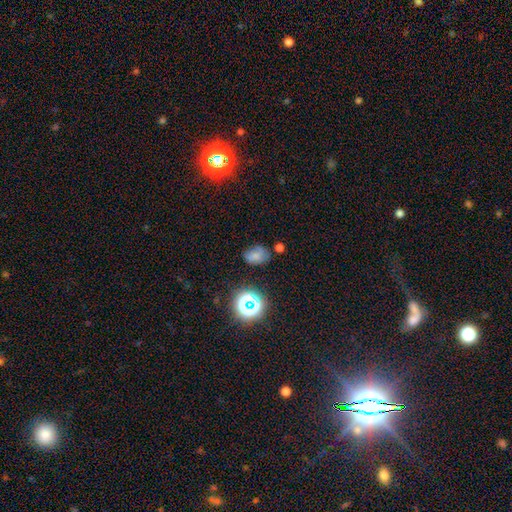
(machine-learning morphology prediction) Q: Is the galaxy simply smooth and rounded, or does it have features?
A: smooth — 65%.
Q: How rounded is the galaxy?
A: in between — 74%.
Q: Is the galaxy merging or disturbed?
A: none — 65%.